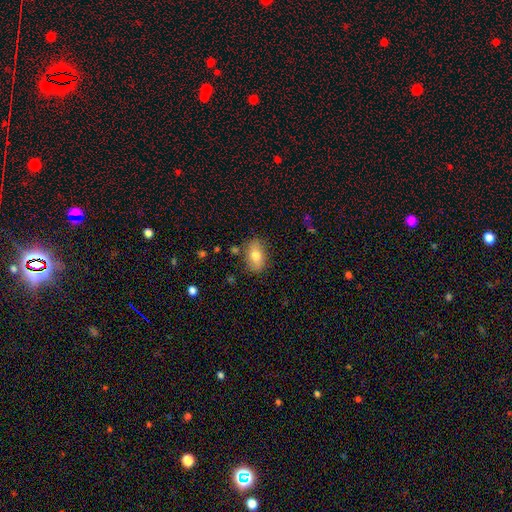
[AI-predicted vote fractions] A smooth galaxy with no disk features (75%) that is in between round and cigar-shaped (86%). Merging: none (82%).